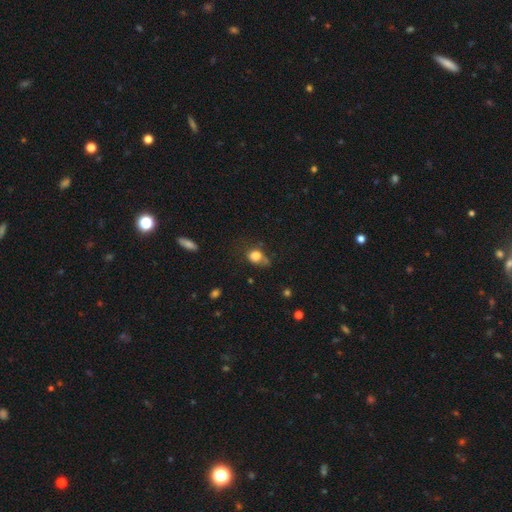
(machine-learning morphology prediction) This appears to be a smooth galaxy with no disk features (79%) that is round (57%). Merging: none (42%).